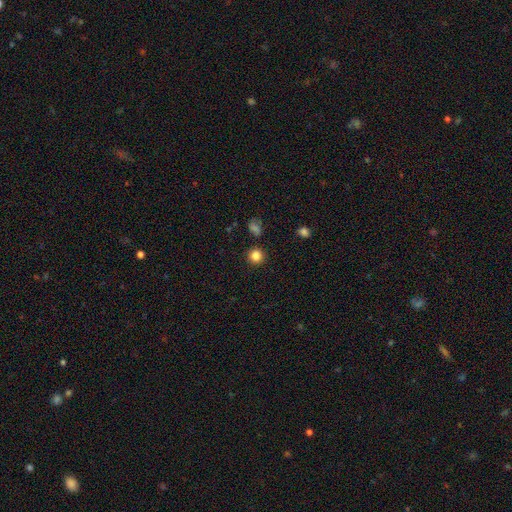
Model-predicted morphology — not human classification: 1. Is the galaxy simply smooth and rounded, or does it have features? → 84% smooth, 12% star or artifact, 4% featured or disk.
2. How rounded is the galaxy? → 93% round, 6% in between, 1% cigar-shaped.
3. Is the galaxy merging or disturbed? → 88% none, 7% minor disturbance, 3% merger, 2% major disturbance.